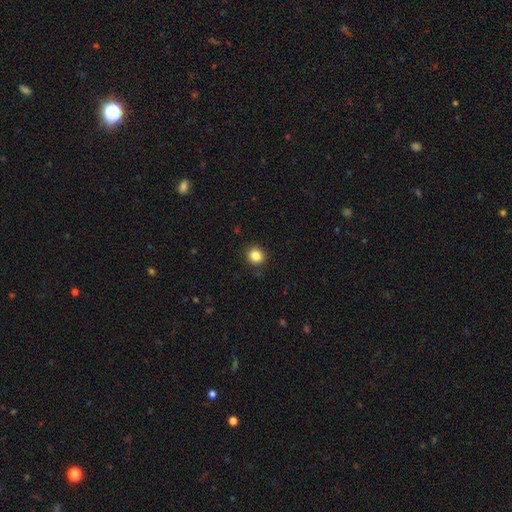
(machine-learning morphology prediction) The model was most divided on "how rounded": round: 86%, in between: 13%, cigar-shaped: 1%. More confident: merging — none (91%); smooth or featured — smooth (84%).